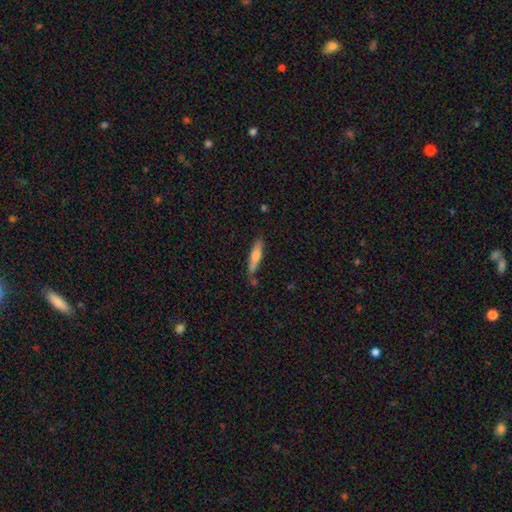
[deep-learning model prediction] smooth 59%, featured or disk 35%, star or artifact 6%. Down the decision tree: how rounded — cigar-shaped (80%); merging — none (71%).